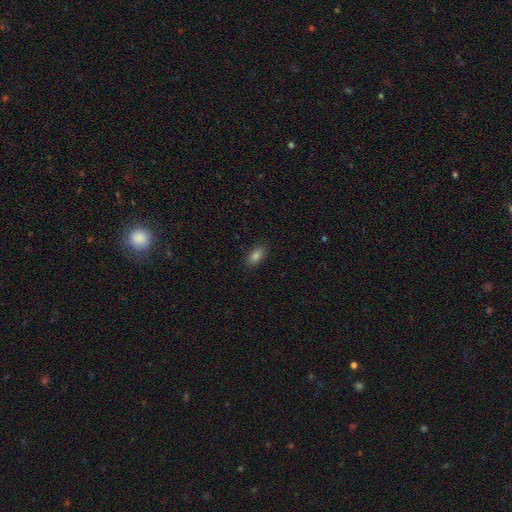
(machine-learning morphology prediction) A smooth galaxy with no disk features (83%) that is in between round and cigar-shaped (89%).

Vote fractions:
- Smooth or featured? smooth: 83% / star or artifact: 10% / featured or disk: 7%
- How rounded? in between: 89% / round: 6% / cigar-shaped: 5%
- Merging? none: 88% / minor disturbance: 9% / major disturbance: 2% / merger: 1%